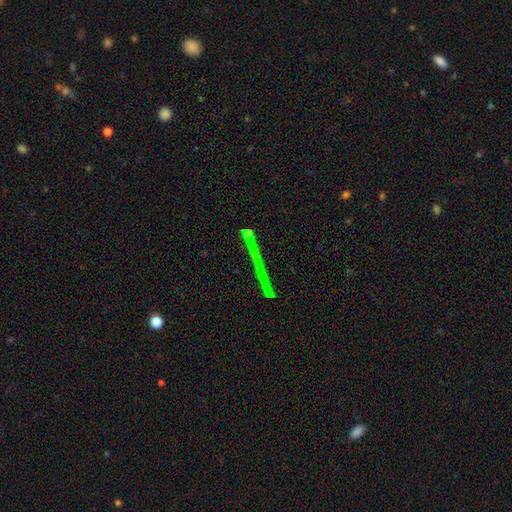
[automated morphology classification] The model was most divided on "smooth or featured": star or artifact: 55%, featured or disk: 26%, smooth: 19%.